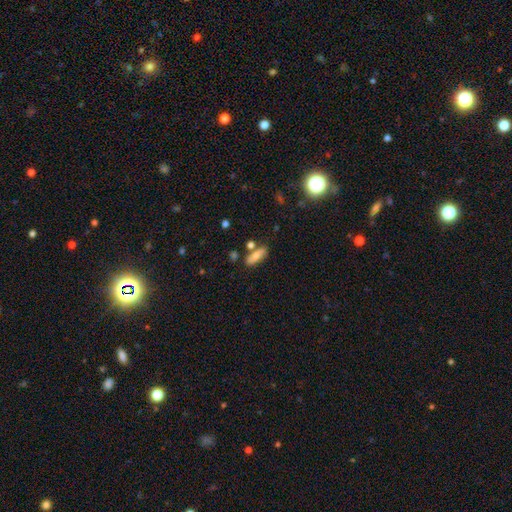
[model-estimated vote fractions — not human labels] A smooth galaxy with no disk features (73%) that is in between round and cigar-shaped (59%).

Vote fractions:
- Smooth or featured? smooth: 73% / featured or disk: 19% / star or artifact: 8%
- How rounded? in between: 59% / cigar-shaped: 37% / round: 3%
- Merging? none: 72% / minor disturbance: 13% / merger: 11% / major disturbance: 3%